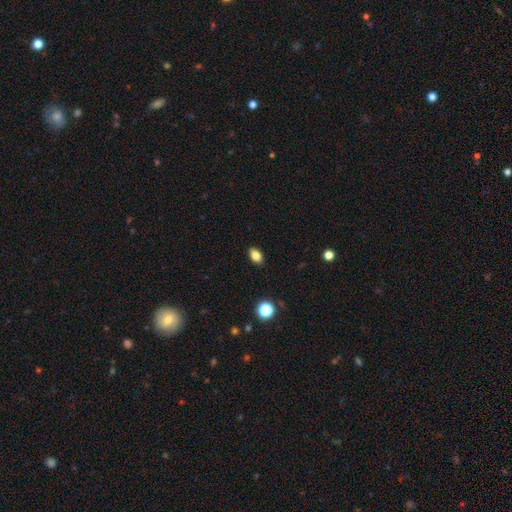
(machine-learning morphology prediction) The model was most divided on "smooth or featured": smooth: 83%, star or artifact: 10%, featured or disk: 7%. More confident: merging — none (89%); how rounded — in between (87%).